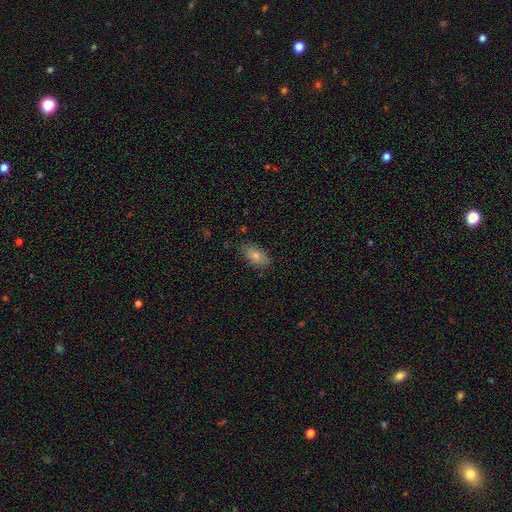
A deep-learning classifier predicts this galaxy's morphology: smooth_or_featured: smooth (p=0.80) [alt: featured or disk p=0.12]
how_rounded: in between (p=0.91) [alt: round p=0.05]
merging: none (p=0.80) [alt: minor disturbance p=0.16]